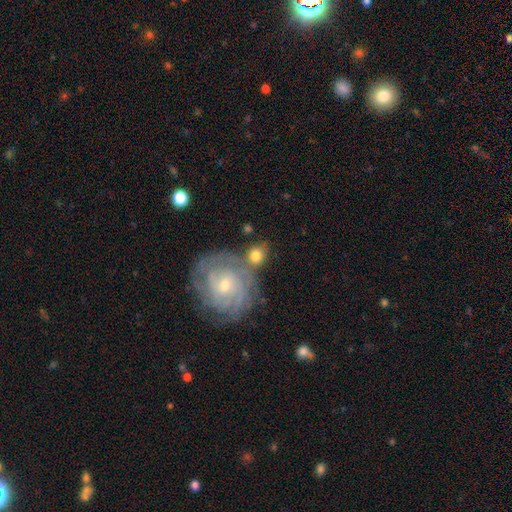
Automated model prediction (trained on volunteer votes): This appears to be a smooth galaxy with no disk features (57%) that is round (77%). Merging: none (60%).